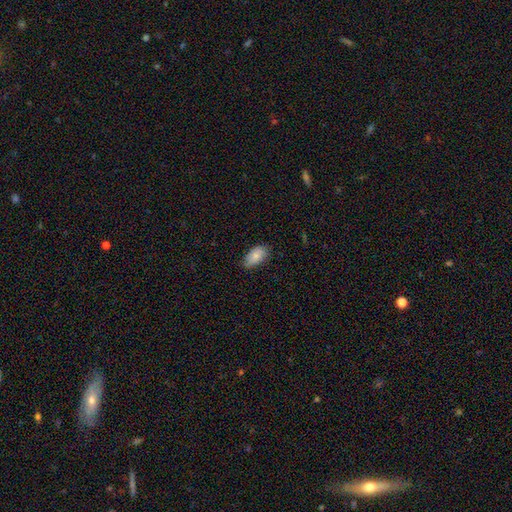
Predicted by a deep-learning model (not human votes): smooth-or-featured: smooth: 80% | featured or disk: 14% | star or artifact: 7%
  how-rounded: in between: 94% | round: 4% | cigar-shaped: 2%
  merging: none: 75% | minor disturbance: 21% | major disturbance: 3% | merger: 1%